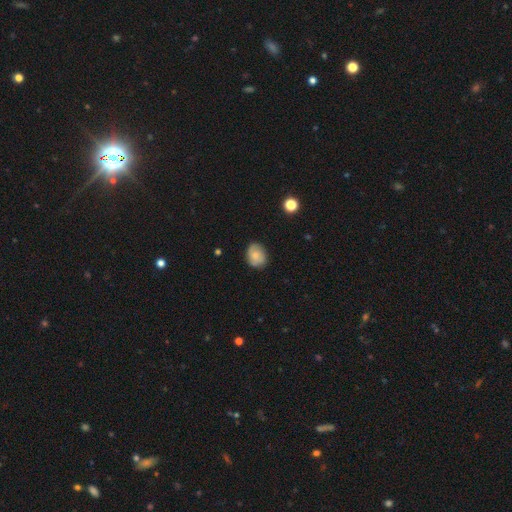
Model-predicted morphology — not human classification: A smooth galaxy with no disk features (69%) that is in between round and cigar-shaped (51%). Merging: none (77%).